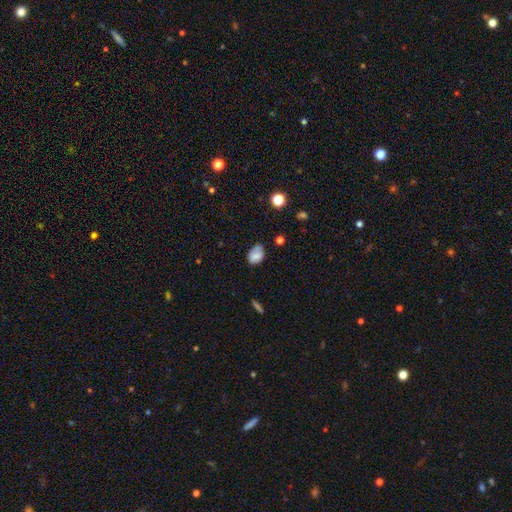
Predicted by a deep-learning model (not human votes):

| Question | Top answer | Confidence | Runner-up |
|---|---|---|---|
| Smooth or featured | smooth | 73% | featured or disk (17%) |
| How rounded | in between | 81% | round (18%) |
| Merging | none | 62% | minor disturbance (28%) |